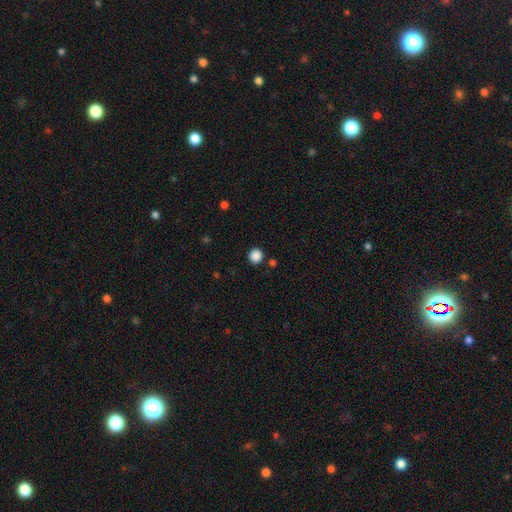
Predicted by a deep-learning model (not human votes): Smooth or featured? Predicted: smooth (p=0.87). How rounded? Predicted: round (p=0.91). Merging? Predicted: none (p=0.89).